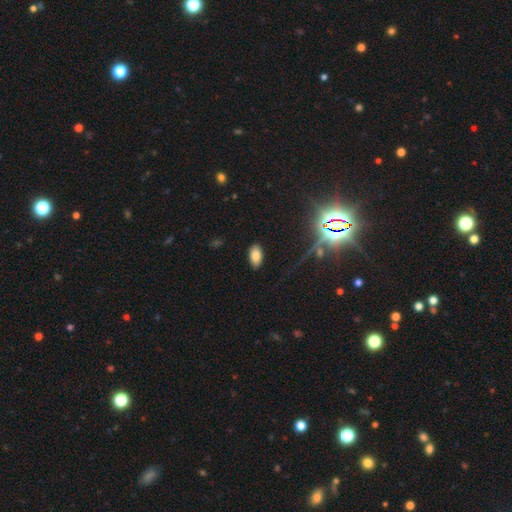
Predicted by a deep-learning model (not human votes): This is clearly a smooth galaxy (80%). How rounded: clearly in between (94%). Merging: clearly none (87%).